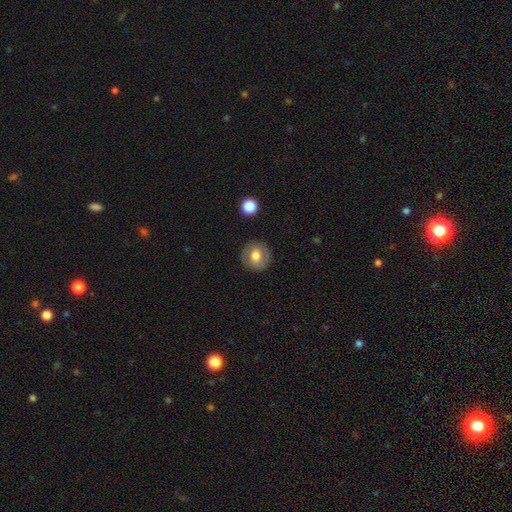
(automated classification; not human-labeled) Overall: smooth (69%). How rounded: round (91%). Merging: none (88%).